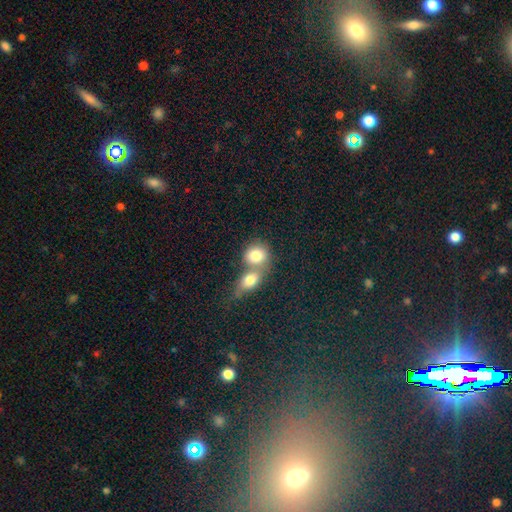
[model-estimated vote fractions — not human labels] Morphology: type=smooth (80%); roundness=round (68%); merging=merger (63%).